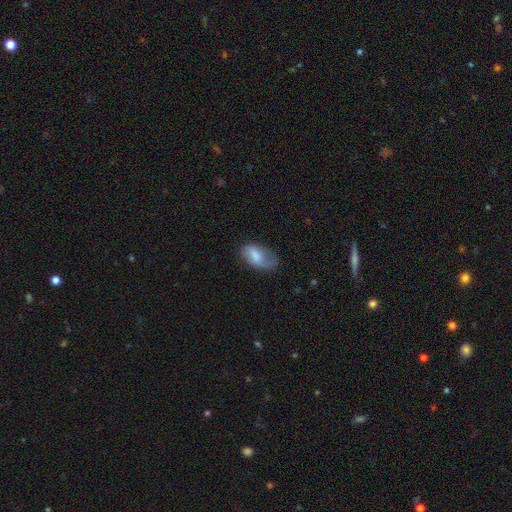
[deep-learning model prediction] Smooth or featured: smooth — 65% (featured or disk — 28%)
How rounded: in between — 93% (round — 5%)
Merging: none — 53% (minor disturbance — 31%)